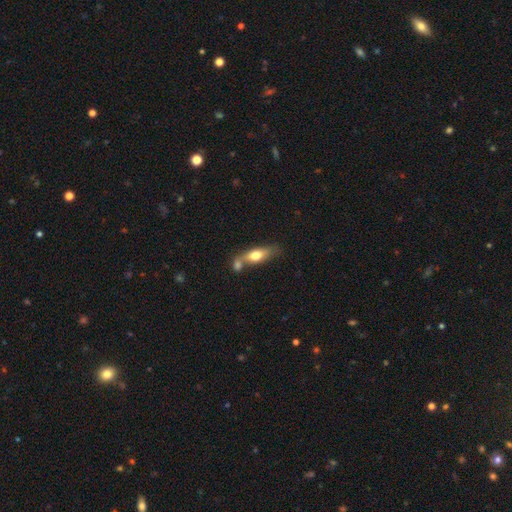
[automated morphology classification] A smooth galaxy with no disk features (63%) that is in between round and cigar-shaped (62%).

Vote fractions:
- Smooth or featured? smooth: 63% / featured or disk: 31% / star or artifact: 7%
- How rounded? in between: 62% / cigar-shaped: 33% / round: 5%
- Merging? merger: 46% / none: 36% / minor disturbance: 12% / major disturbance: 6%